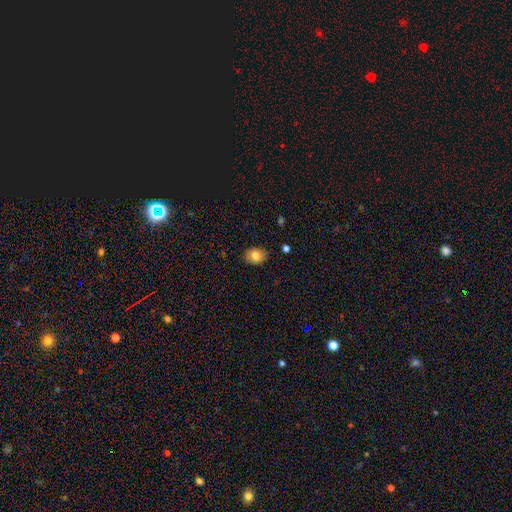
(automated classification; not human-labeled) Smooth or featured? Predicted: smooth (p=0.81). How rounded? Predicted: in between (p=0.56). Merging? Predicted: none (p=0.84).